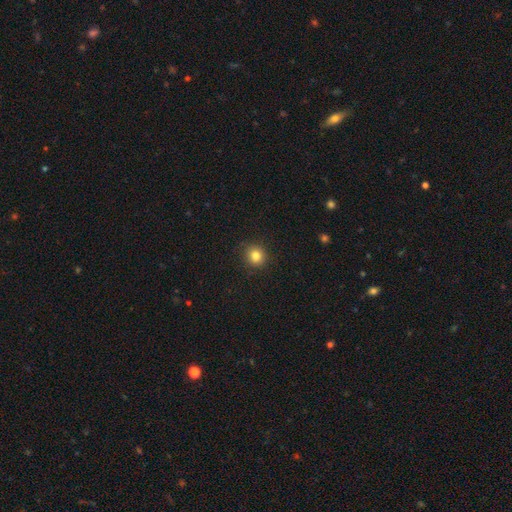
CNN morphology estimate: Smooth or featured? smooth (82%)
How rounded? round (90%)
Merging? none (90%)